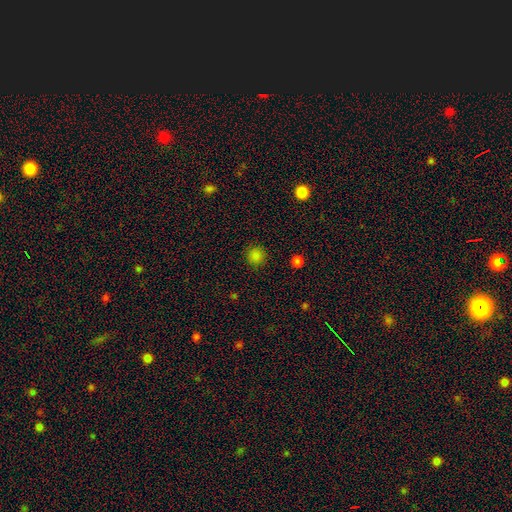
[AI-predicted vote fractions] Morphology: type=smooth (83%); roundness=round (93%); merging=none (90%).